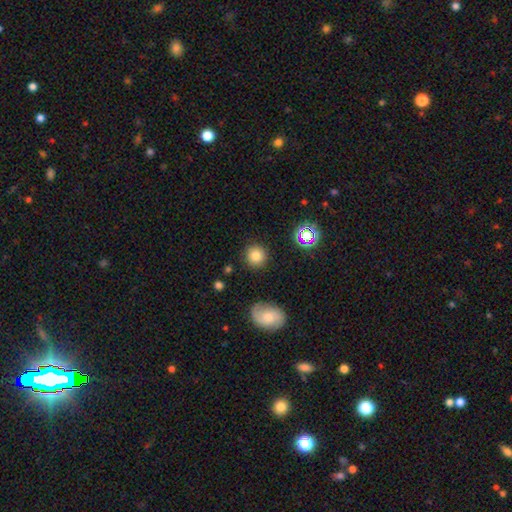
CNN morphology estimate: smooth 77%, star or artifact 14%, featured or disk 9%. Down the decision tree: how rounded — round (92%); merging — none (88%).